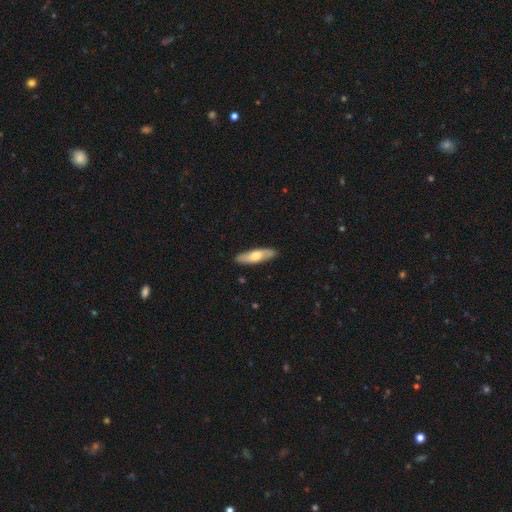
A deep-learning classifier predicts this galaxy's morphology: type=smooth (60%); roundness=cigar-shaped (59%); merging=none (88%).